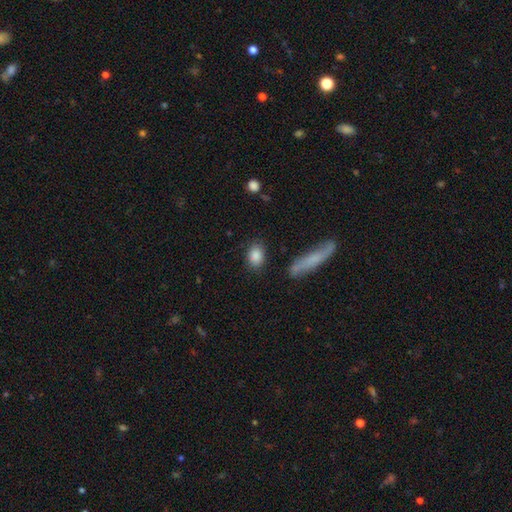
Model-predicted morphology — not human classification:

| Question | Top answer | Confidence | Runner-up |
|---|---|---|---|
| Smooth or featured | smooth | 87% | star or artifact (7%) |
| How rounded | in between | 79% | round (17%) |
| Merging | none | 81% | minor disturbance (12%) |